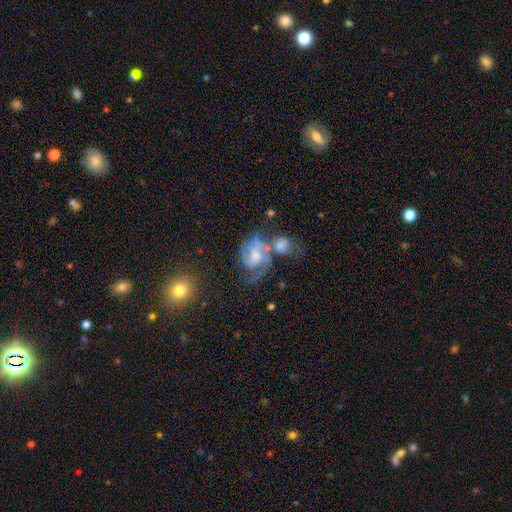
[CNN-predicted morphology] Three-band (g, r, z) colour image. It shows a featured or disk galaxy (79%) with no bar (46%), 2 (62%) medium (49%) spiral arms (93%) and a moderate central bulge (47%). Merging: none (33%).